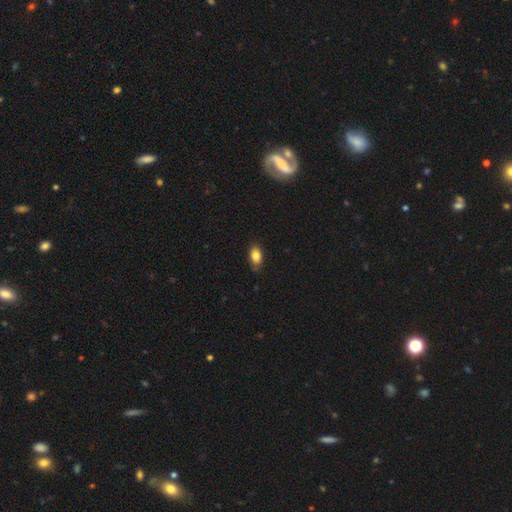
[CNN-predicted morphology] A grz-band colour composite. It shows a smooth galaxy with no disk features (83%) that is in between round and cigar-shaped (87%). Merging: none (78%).